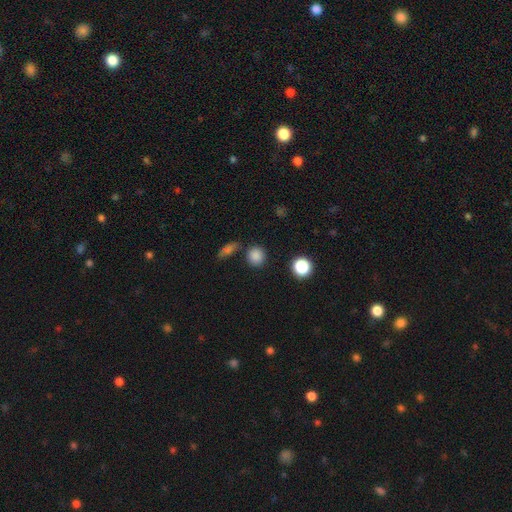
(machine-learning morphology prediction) Overall: smooth (82%). How rounded: round (88%). Merging: none (80%).